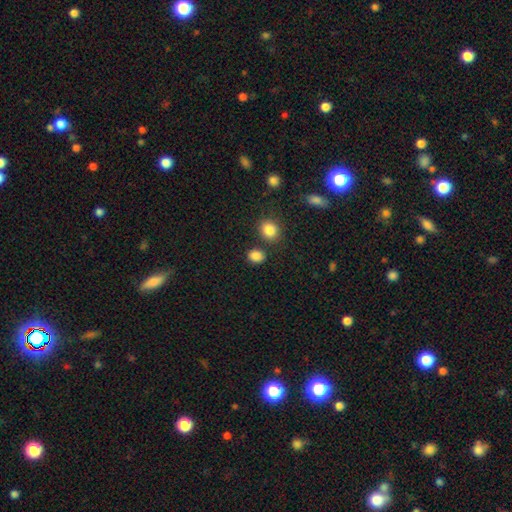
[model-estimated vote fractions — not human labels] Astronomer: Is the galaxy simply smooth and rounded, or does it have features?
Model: smooth — 86%.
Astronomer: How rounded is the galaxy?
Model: round — 52% (runner-up: in between, 47%).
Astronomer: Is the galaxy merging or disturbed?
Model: none — 76%.